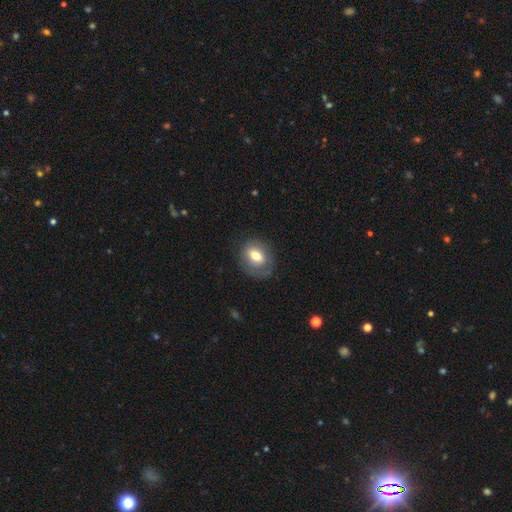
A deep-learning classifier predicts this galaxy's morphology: This is likely a smooth galaxy (67%). How rounded: likely in between (60%). Merging: likely none (74%).